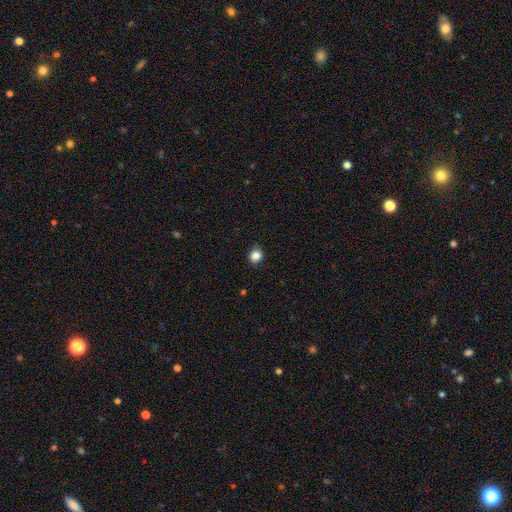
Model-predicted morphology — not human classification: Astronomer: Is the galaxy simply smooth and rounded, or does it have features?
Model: smooth — 85%.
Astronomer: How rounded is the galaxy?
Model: round — 88%.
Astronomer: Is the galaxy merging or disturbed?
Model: none — 89%.